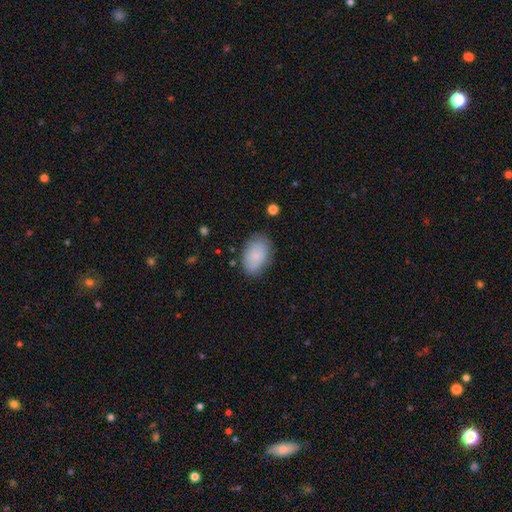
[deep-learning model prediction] Smooth or featured: smooth — 84% (featured or disk — 9%)
How rounded: in between — 89% (round — 10%)
Merging: none — 75% (minor disturbance — 19%)